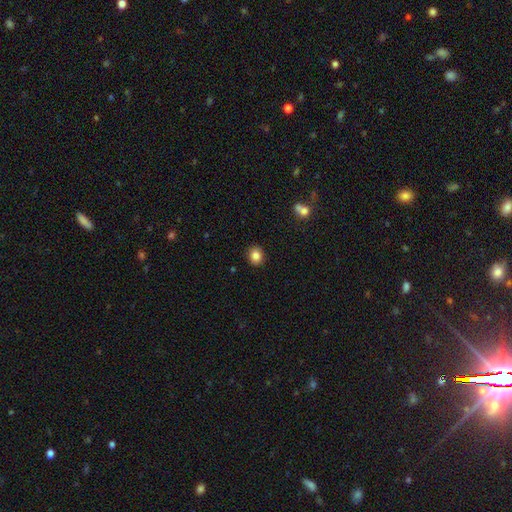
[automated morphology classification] This appears to be a smooth galaxy with no disk features (84%) that is round (70%). Merging: none (90%).